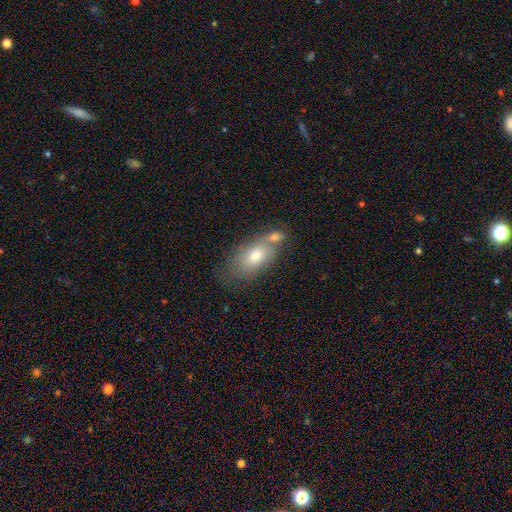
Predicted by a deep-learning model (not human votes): Morphology: type=smooth (71%); roundness=in between (87%); merging=none (41%).